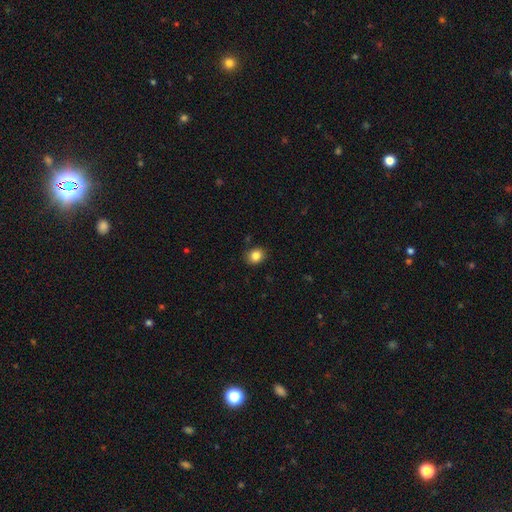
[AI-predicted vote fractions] A smooth galaxy with no disk features (84%) that is round (59%). Merging: none (87%).